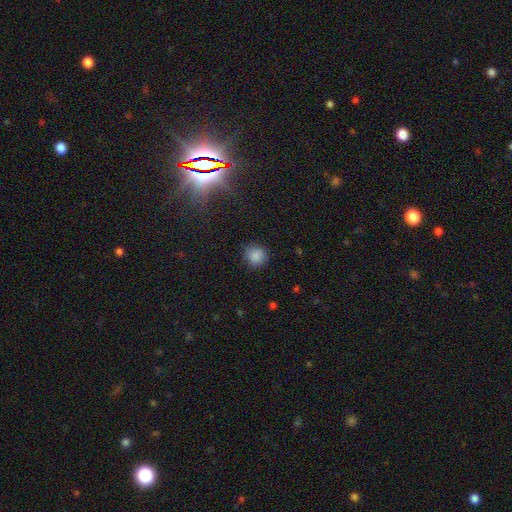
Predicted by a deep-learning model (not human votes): The model was most divided on "merging": none: 85%, minor disturbance: 11%, major disturbance: 3%, merger: 1%. More confident: how rounded — round (89%); smooth or featured — smooth (86%).